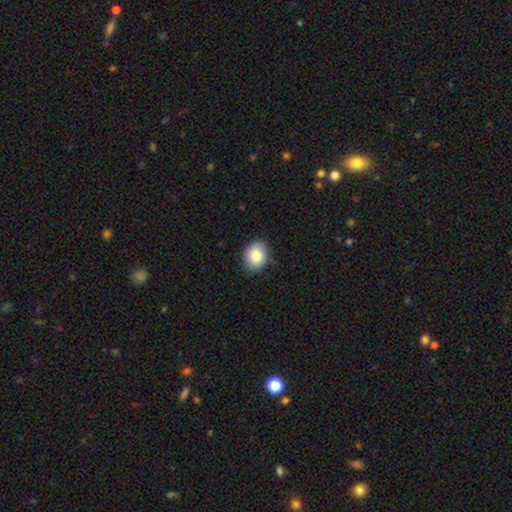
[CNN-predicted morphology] Smooth or featured? Predicted: smooth (p=0.85). How rounded? Predicted: in between (p=0.58). Merging? Predicted: none (p=0.85).